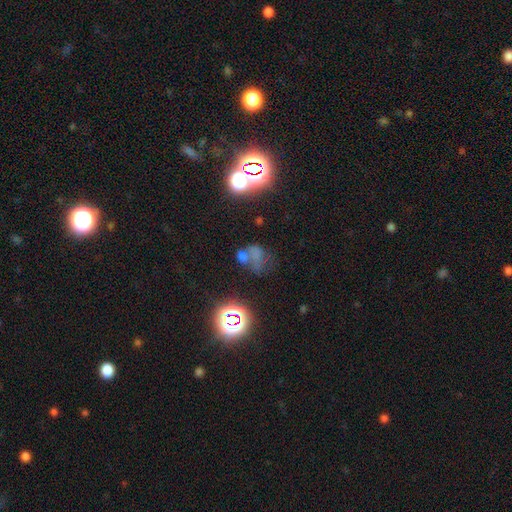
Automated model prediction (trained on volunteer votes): This is possibly a smooth galaxy (49%). Merging: marginally merger (33%).